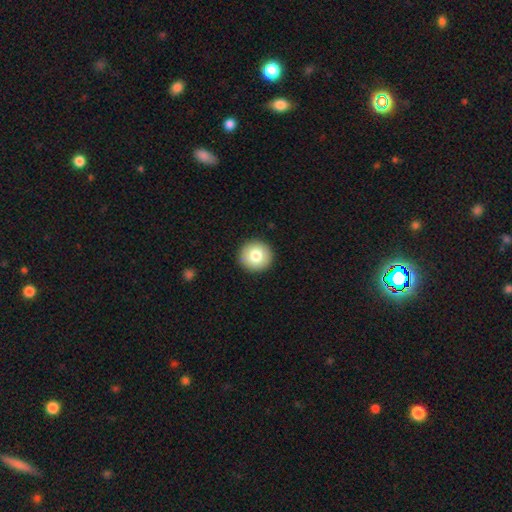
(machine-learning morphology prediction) Smooth or featured: smooth — 80% (featured or disk — 11%)
How rounded: round — 95% (in between — 5%)
Merging: none — 93% (minor disturbance — 4%)